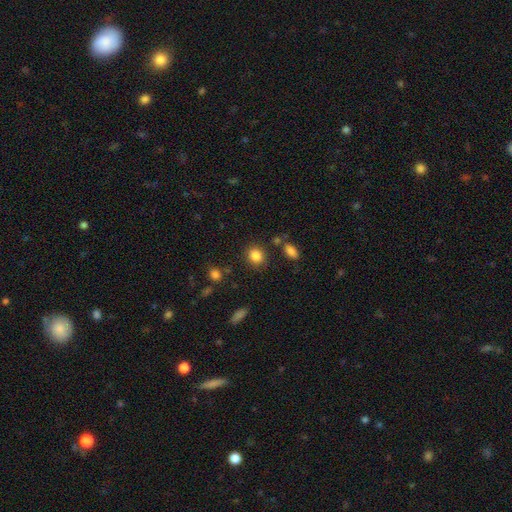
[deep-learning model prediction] A smooth galaxy with no disk features (85%) that is round (66%). Merging: none (82%).